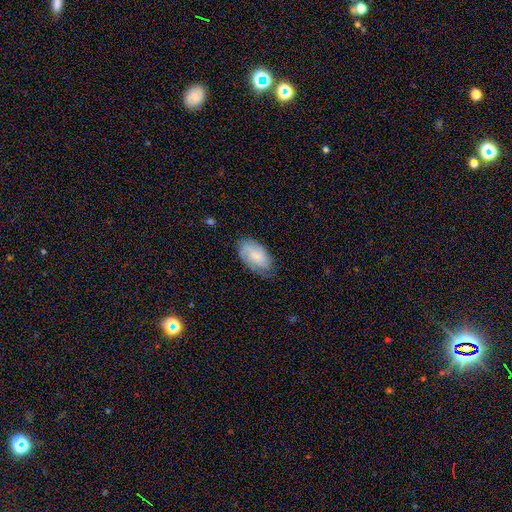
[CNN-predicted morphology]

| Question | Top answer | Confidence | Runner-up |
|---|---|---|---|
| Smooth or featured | smooth | 58% | featured or disk (35%) |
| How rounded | in between | 94% | round (4%) |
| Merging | none | 69% | minor disturbance (23%) |